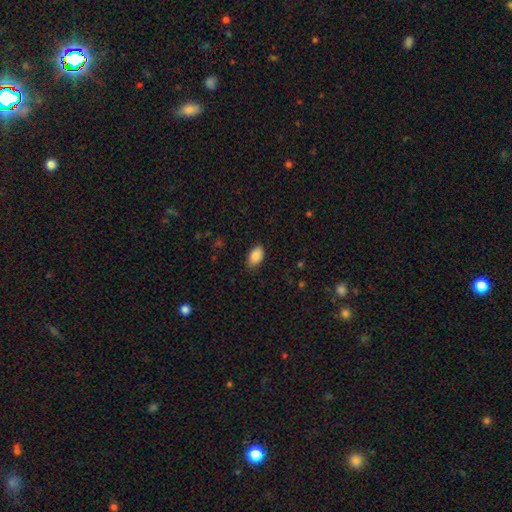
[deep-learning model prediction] Smooth or featured? smooth (89%)
How rounded? in between (92%)
Merging? none (85%)